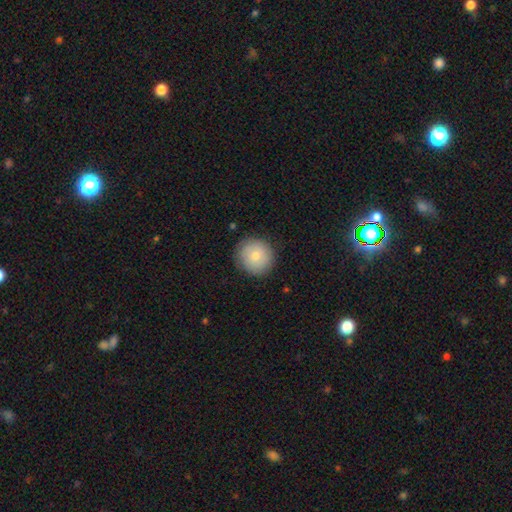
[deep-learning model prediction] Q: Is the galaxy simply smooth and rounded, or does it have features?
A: smooth — 77%.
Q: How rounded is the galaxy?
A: round — 94%.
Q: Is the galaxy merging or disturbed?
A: none — 87%.